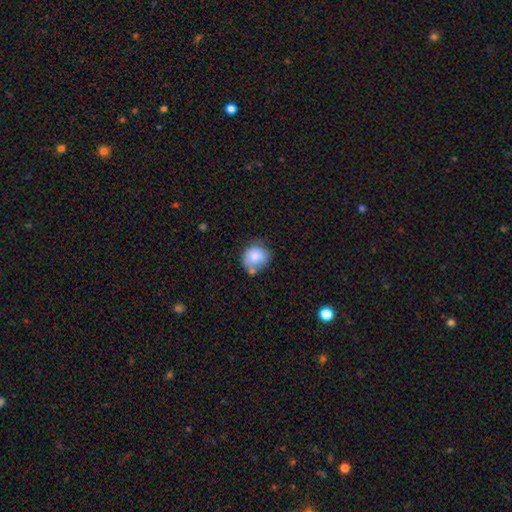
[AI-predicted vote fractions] This is likely a smooth galaxy (79%). How rounded: likely round (78%). Merging: possibly none (54%).